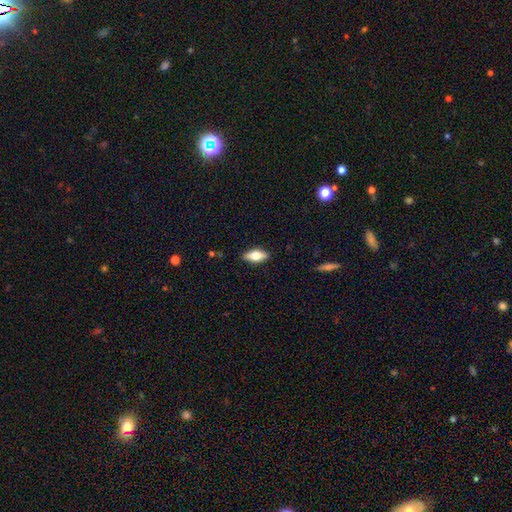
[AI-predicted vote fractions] Morphology: type=smooth (62%); roundness=in between (78%); merging=none (88%).